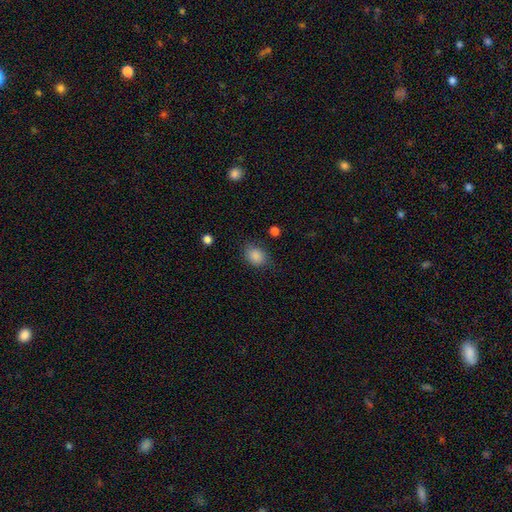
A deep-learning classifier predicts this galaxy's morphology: smooth_or_featured: smooth (p=0.87) [alt: star or artifact p=0.09]
how_rounded: in between (p=0.60) [alt: round p=0.39]
merging: none (p=0.77) [alt: minor disturbance p=0.17]